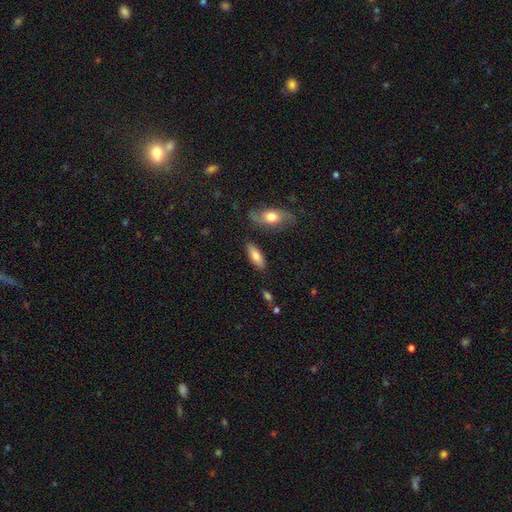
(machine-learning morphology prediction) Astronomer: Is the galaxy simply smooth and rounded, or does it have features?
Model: smooth — 76%.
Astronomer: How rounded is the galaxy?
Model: in between — 71%.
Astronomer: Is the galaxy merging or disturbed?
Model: none — 82%.